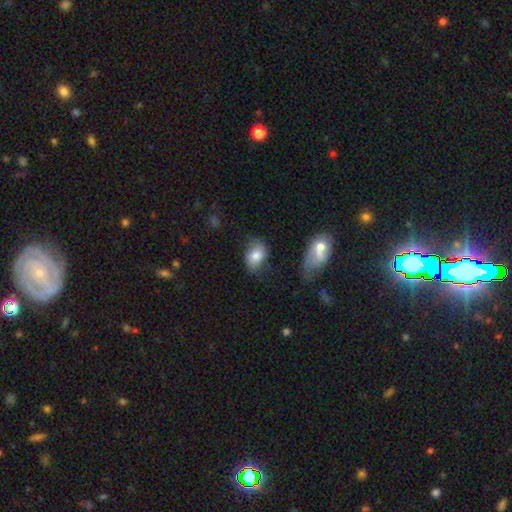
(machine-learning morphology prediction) Smooth or featured? smooth (78%)
How rounded? in between (78%)
Merging? none (58%)